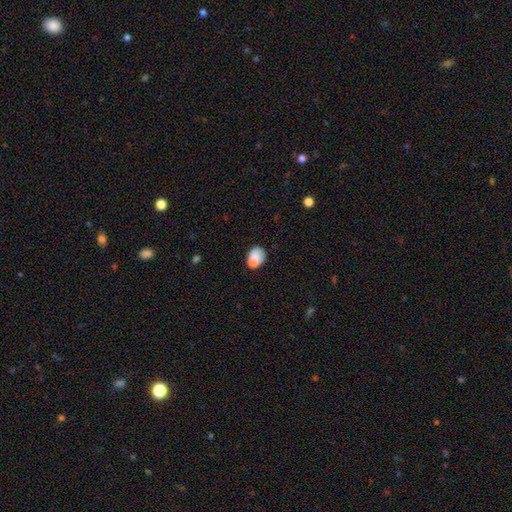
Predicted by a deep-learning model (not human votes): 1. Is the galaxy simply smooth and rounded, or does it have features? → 75% smooth, 16% featured or disk, 10% star or artifact.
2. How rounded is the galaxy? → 52% in between, 47% round, 1% cigar-shaped.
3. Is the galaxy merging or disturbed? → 46% none, 23% minor disturbance, 20% merger, 11% major disturbance.